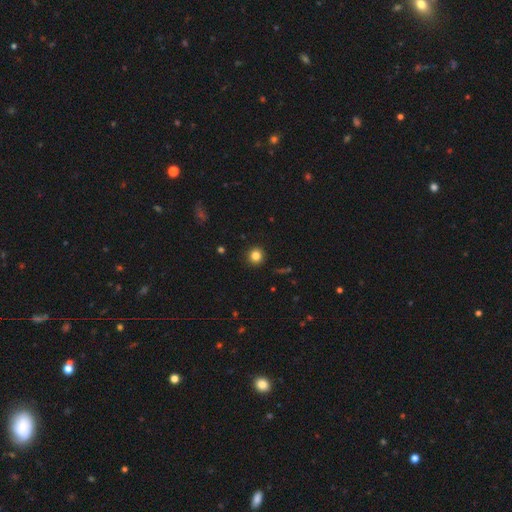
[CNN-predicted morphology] smooth 83%, star or artifact 12%, featured or disk 5%. Down the decision tree: how rounded — round (93%); merging — none (92%).